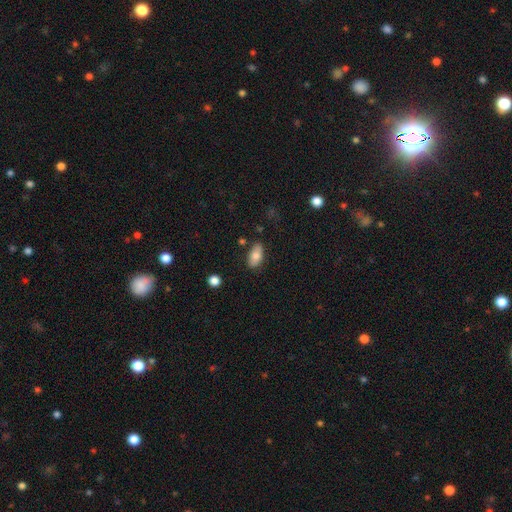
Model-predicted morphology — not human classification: smooth 76%, featured or disk 17%, star or artifact 7%. Down the decision tree: how rounded — in between (91%); merging — none (78%).